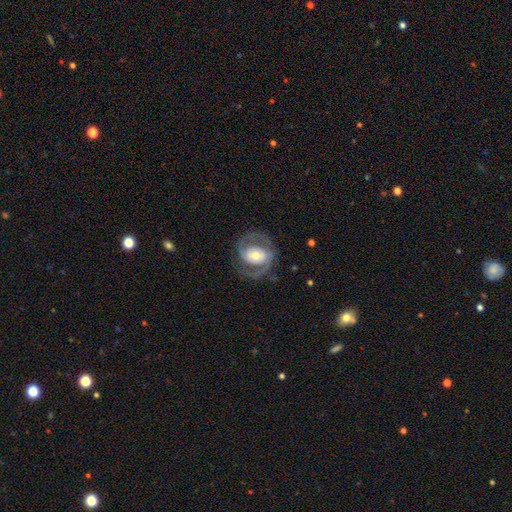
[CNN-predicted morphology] smooth_or_featured: featured or disk (p=0.85) [alt: smooth p=0.10]
disk_edge_on: no (p=0.97) [alt: yes p=0.03]
bar: no (p=0.42) [alt: weak p=0.34]
has_spiral_arms: yes (p=0.93) [alt: no p=0.07]
spiral_winding: medium (p=0.53) [alt: tight p=0.31]
spiral_arm_count: 2 (p=0.89) [alt: can't tell p=0.04]
bulge_size: moderate (p=0.55) [alt: small p=0.28]
merging: none (p=0.74) [alt: minor disturbance p=0.14]